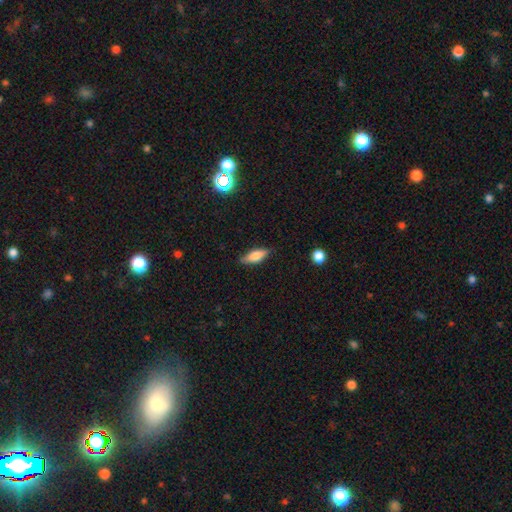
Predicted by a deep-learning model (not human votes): A smooth galaxy with no disk features (72%) that is in between round and cigar-shaped (61%).

Vote fractions:
- Smooth or featured? smooth: 72% / featured or disk: 20% / star or artifact: 7%
- How rounded? in between: 61% / cigar-shaped: 36% / round: 3%
- Merging? none: 84% / minor disturbance: 12% / major disturbance: 2% / merger: 1%